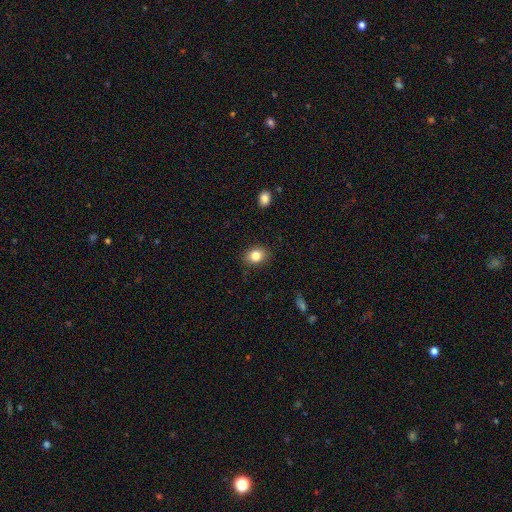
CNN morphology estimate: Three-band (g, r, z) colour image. It shows a smooth galaxy with no disk features (83%) that is in between round and cigar-shaped (51%). Merging: none (86%).